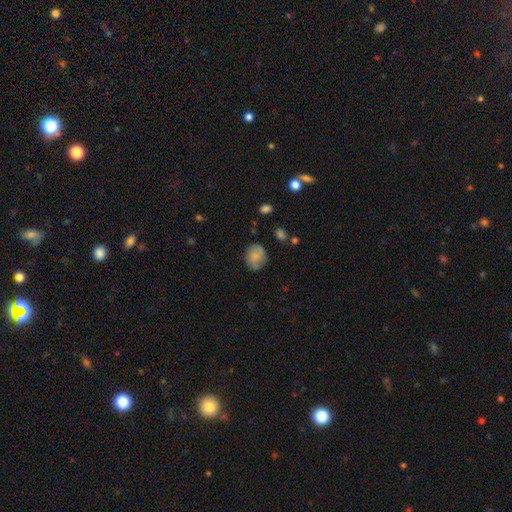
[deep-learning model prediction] Q: Smooth or featured?
A: smooth (69%); runner-up: featured or disk (23%)
Q: How rounded?
A: round (62%); runner-up: in between (37%)
Q: Merging?
A: none (70%); runner-up: minor disturbance (21%)